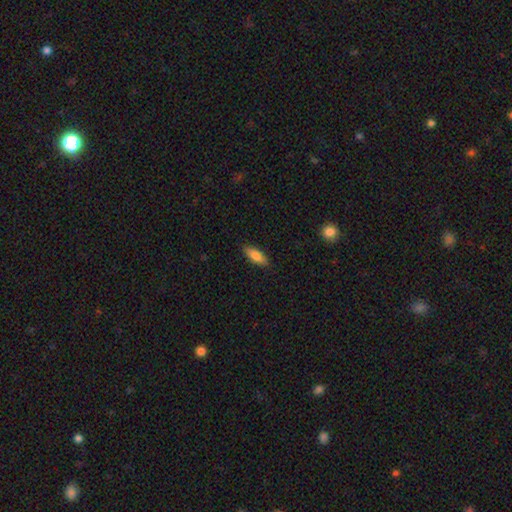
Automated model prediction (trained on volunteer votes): Smooth or featured? Predicted: smooth (p=0.81). How rounded? Predicted: in between (p=0.69). Merging? Predicted: none (p=0.87).